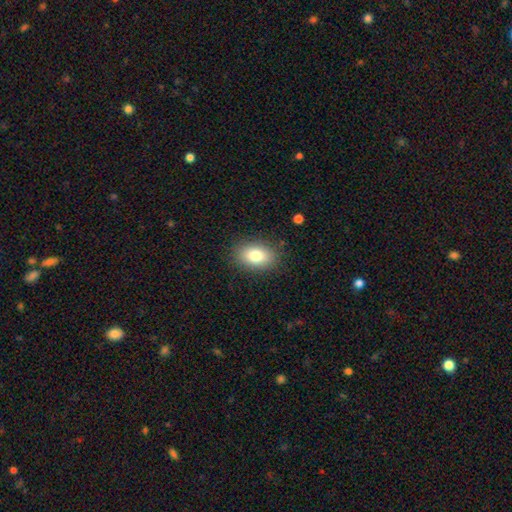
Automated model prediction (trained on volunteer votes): smooth-or-featured: smooth: 81% | featured or disk: 10% | star or artifact: 9%
  how-rounded: in between: 82% | round: 16% | cigar-shaped: 1%
  merging: none: 87% | minor disturbance: 9% | major disturbance: 3% | merger: 1%